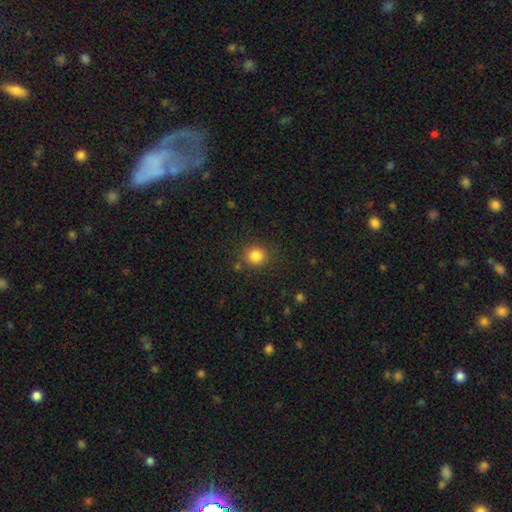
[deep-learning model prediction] Smooth or featured? Predicted: smooth (p=0.84). How rounded? Predicted: round (p=0.86). Merging? Predicted: none (p=0.82).